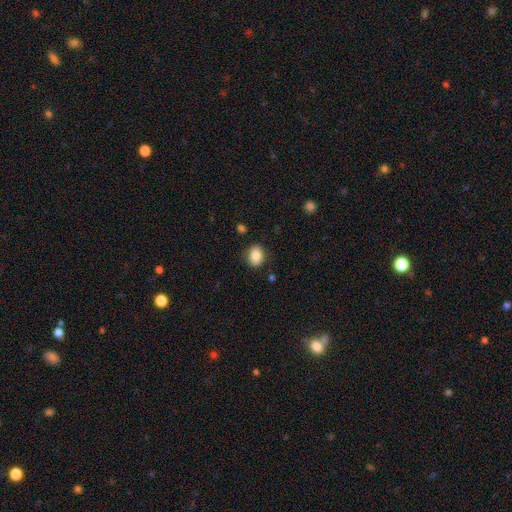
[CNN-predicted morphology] type=smooth (84%); roundness=in between (50%); merging=none (86%).